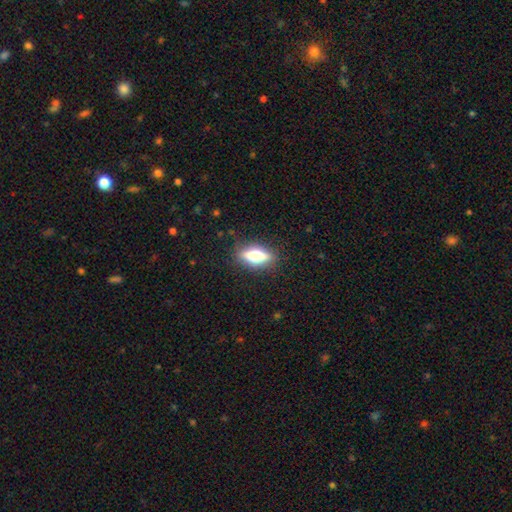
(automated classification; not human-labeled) smooth-or-featured: smooth: 53% | featured or disk: 39% | star or artifact: 8%
  how-rounded: in between: 63% | cigar-shaped: 32% | round: 5%
  merging: none: 85% | minor disturbance: 11% | major disturbance: 3% | merger: 1%